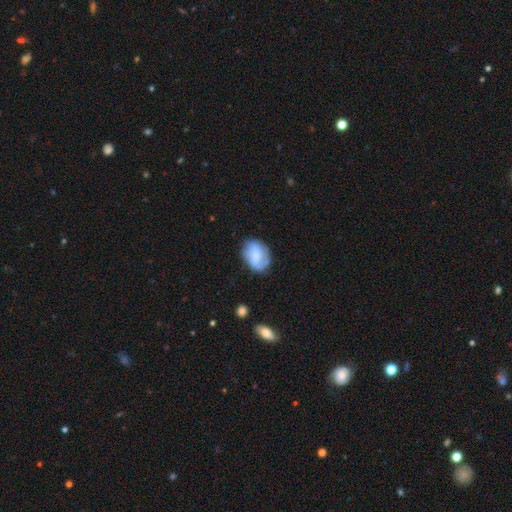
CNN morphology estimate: type=smooth (49%); merging=none (61%).